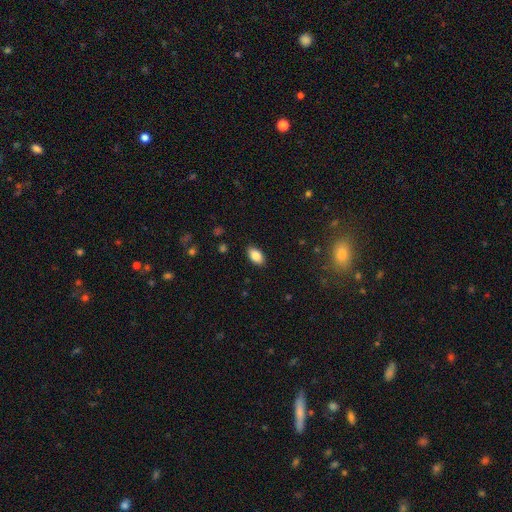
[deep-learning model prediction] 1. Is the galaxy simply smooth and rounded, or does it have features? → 85% smooth, 8% star or artifact, 7% featured or disk.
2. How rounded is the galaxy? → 92% in between, 5% round, 2% cigar-shaped.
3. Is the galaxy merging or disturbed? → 88% none, 9% minor disturbance, 2% major disturbance, 1% merger.